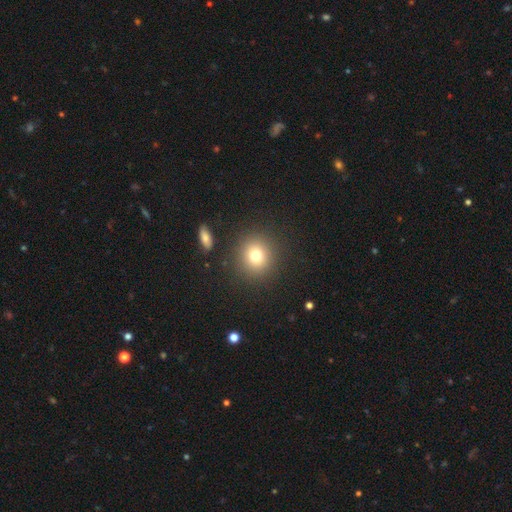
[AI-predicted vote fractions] A smooth galaxy with no disk features (76%) that is round (88%). Merging: none (89%).